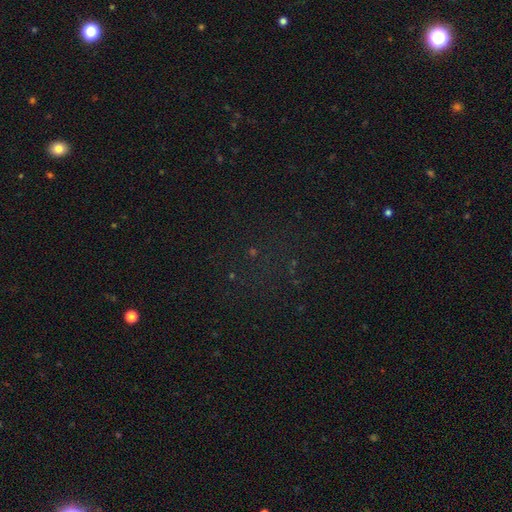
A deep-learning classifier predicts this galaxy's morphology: star or artifact 67%, smooth 22%, featured or disk 12%.